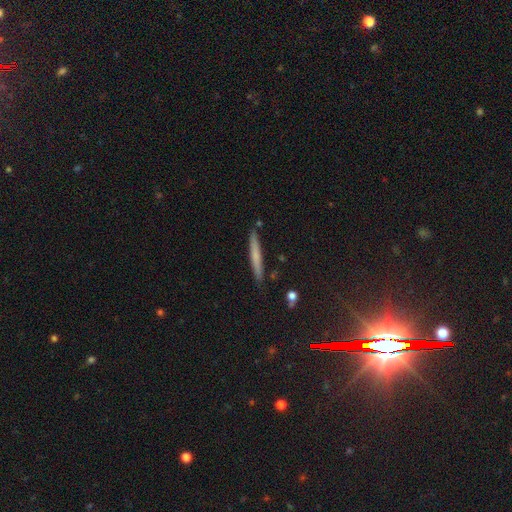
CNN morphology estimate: The model was most divided on "smooth or featured": smooth: 58%, featured or disk: 34%, star or artifact: 8%. More confident: how rounded — cigar-shaped (96%); merging — none (88%).